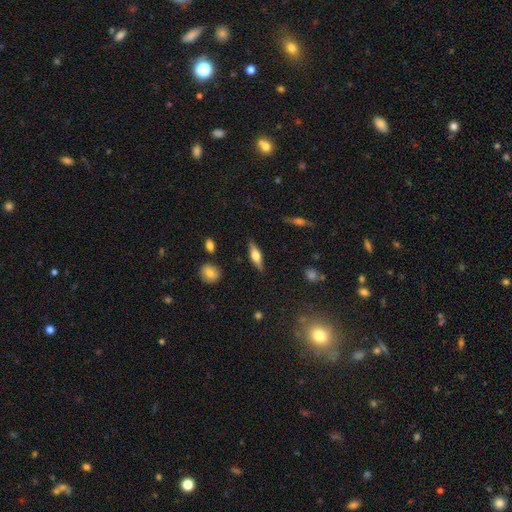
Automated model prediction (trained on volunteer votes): This is possibly a featured or disk galaxy (51%). It is clearly viewed edge-on (92%). Merging: clearly none (86%).